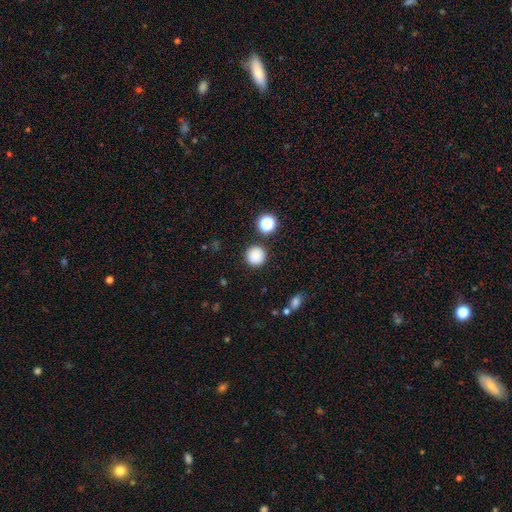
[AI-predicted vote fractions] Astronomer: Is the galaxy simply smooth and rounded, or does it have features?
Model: smooth — 83%.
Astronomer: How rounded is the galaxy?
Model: round — 95%.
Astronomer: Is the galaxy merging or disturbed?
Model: none — 88%.